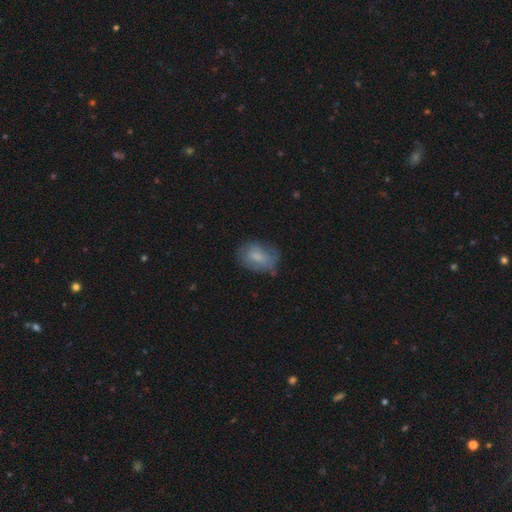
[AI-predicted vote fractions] smooth-or-featured: smooth: 69% | featured or disk: 23% | star or artifact: 8%
  how-rounded: in between: 79% | round: 19% | cigar-shaped: 1%
  merging: none: 63% | minor disturbance: 26% | major disturbance: 9% | merger: 2%